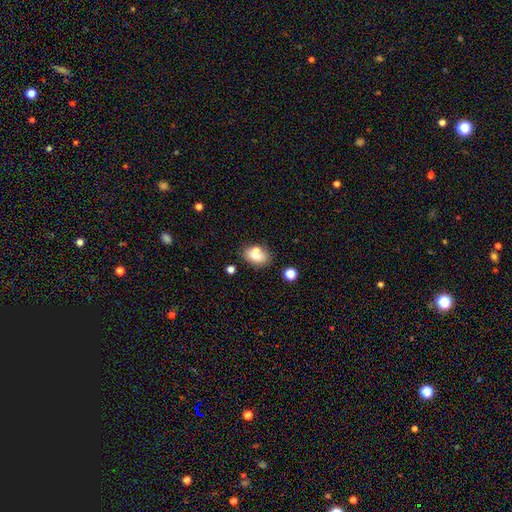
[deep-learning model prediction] smooth-or-featured: smooth: 74% | featured or disk: 15% | star or artifact: 11%
  how-rounded: in between: 80% | round: 18% | cigar-shaped: 3%
  merging: none: 59% | merger: 20% | minor disturbance: 16% | major disturbance: 6%